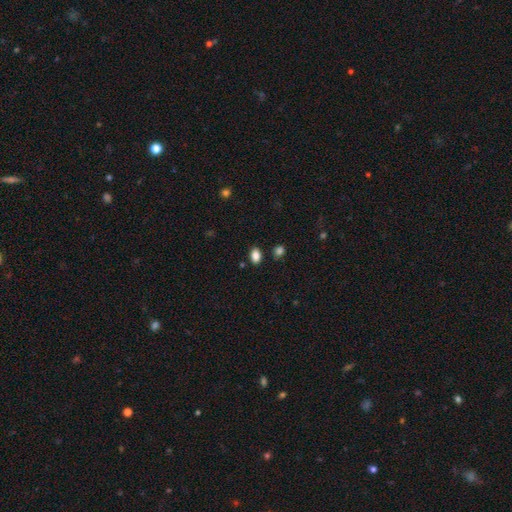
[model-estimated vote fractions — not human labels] Morphology: type=smooth (86%); roundness=in between (84%); merging=none (85%).